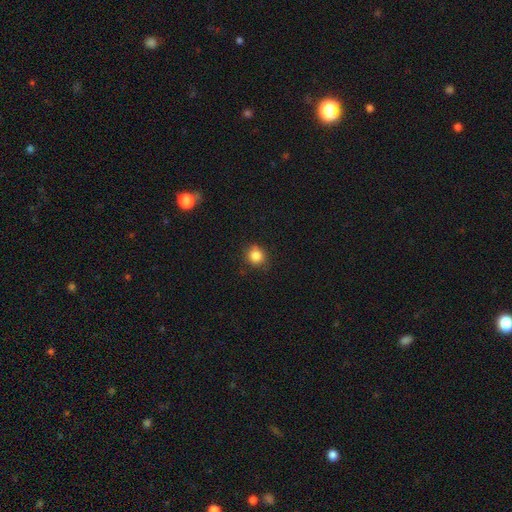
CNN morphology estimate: smooth-or-featured: smooth: 83% | star or artifact: 11% | featured or disk: 5%
  how-rounded: round: 84% | in between: 15% | cigar-shaped: 1%
  merging: none: 81% | minor disturbance: 15% | major disturbance: 3% | merger: 2%